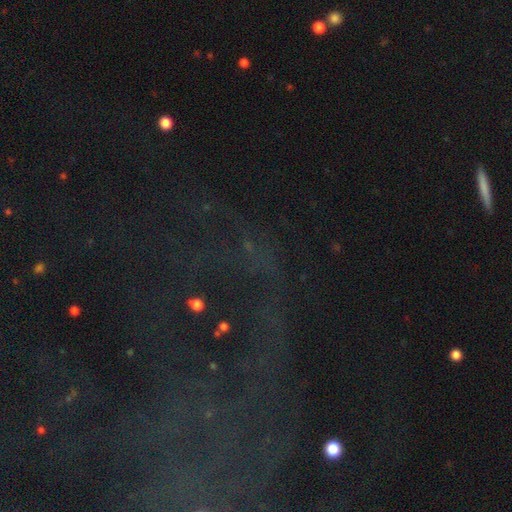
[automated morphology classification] This appears to be a star or artifact, not a galaxy (74%).